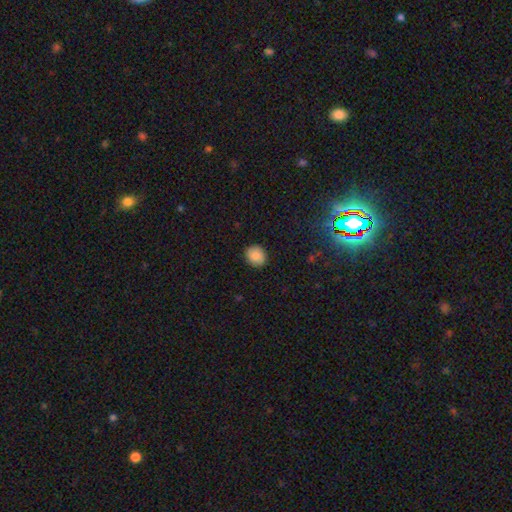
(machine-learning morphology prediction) A smooth galaxy with no disk features (85%) that is round (77%).

Vote fractions:
- Smooth or featured? smooth: 85% / star or artifact: 8% / featured or disk: 7%
- How rounded? round: 77% / in between: 22% / cigar-shaped: 1%
- Merging? none: 89% / minor disturbance: 8% / major disturbance: 2% / merger: 1%